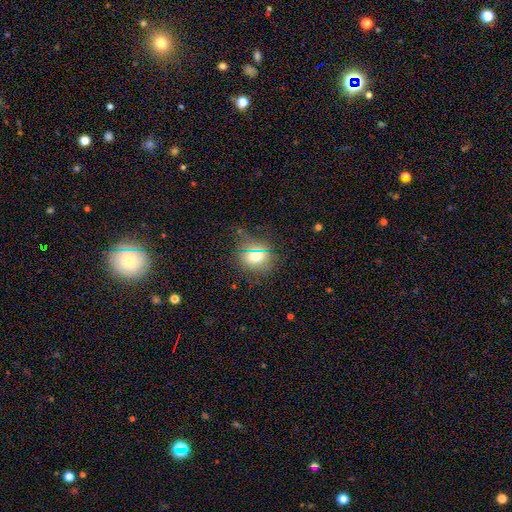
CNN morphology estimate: type=smooth (67%); roundness=round (70%); merging=none (80%).